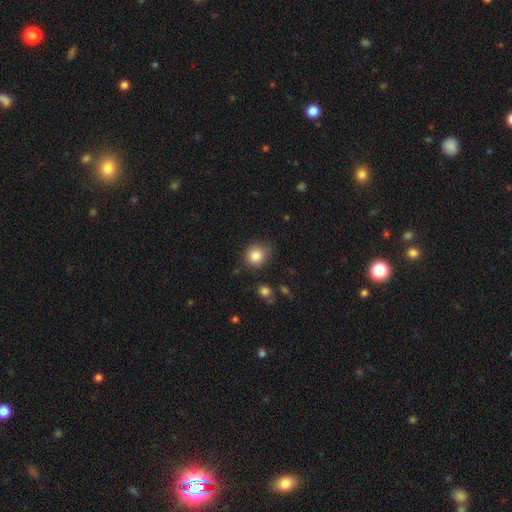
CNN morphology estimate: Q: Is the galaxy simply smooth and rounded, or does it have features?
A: smooth — 84%.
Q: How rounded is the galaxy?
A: round — 82%.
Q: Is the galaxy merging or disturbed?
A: none — 74%.